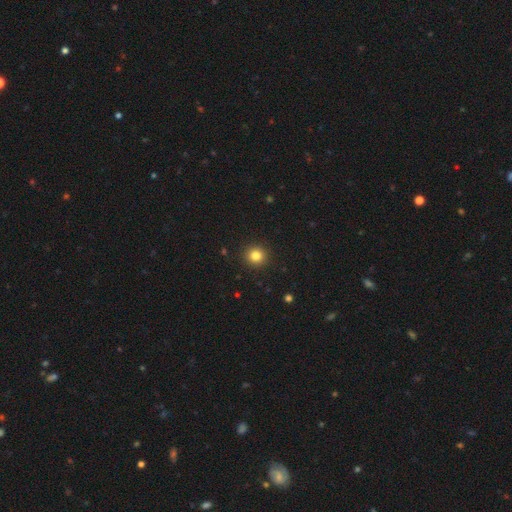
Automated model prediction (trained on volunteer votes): This is clearly a smooth galaxy (83%). How rounded: clearly round (93%). Merging: clearly none (92%).